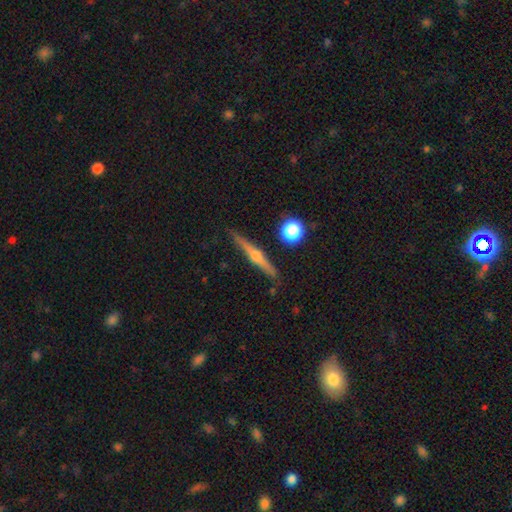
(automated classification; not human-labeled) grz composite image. It shows a featured or disk galaxy (71%) viewed edge-on (98%) with a rounded central bulge (90%). Merging: none (86%).